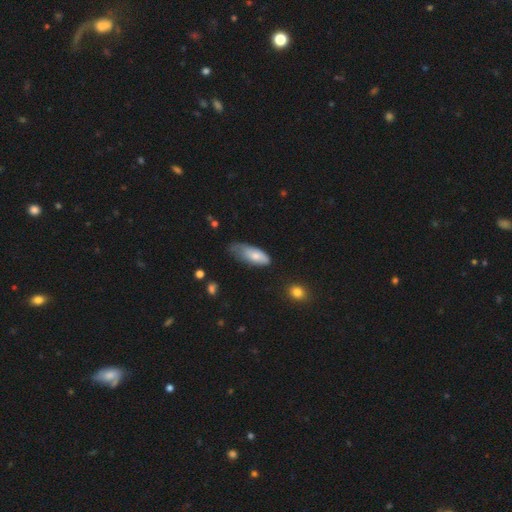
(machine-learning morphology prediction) type=smooth (74%); roundness=in between (80%); merging=minor disturbance (47%).